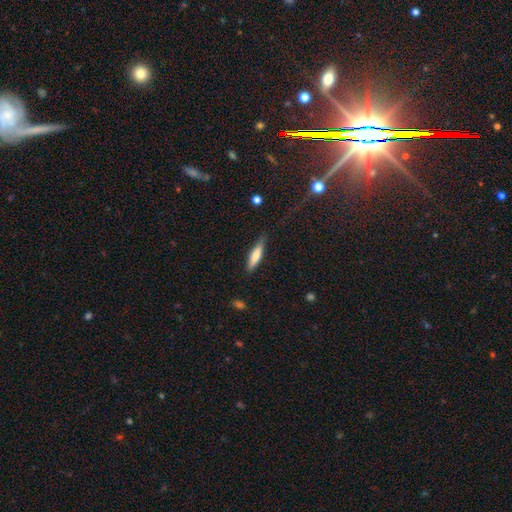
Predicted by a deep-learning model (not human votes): Morphology: type=smooth (70%); roundness=cigar-shaped (76%); merging=none (78%).